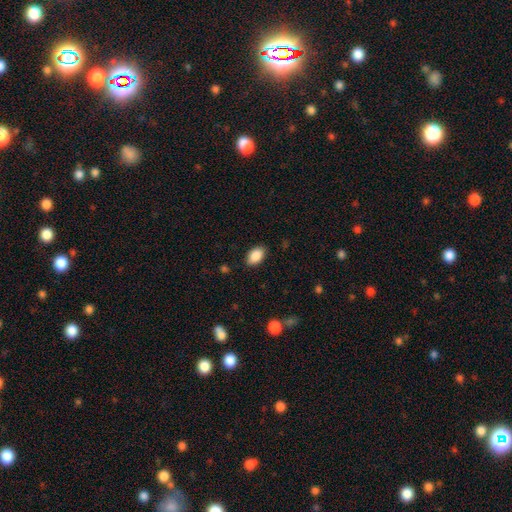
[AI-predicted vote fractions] Overall: smooth (89%). How rounded: in between (92%). Merging: none (87%).